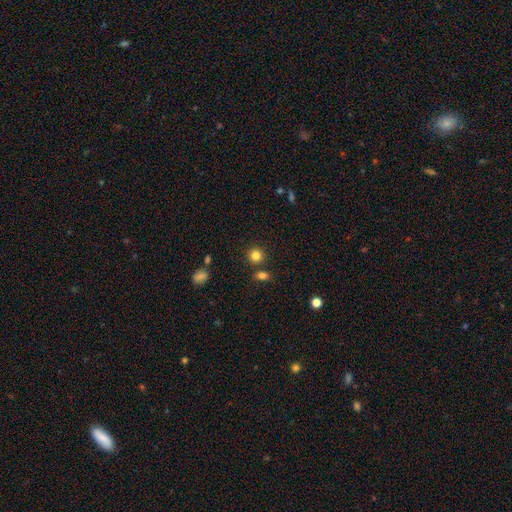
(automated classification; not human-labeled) The model was most divided on "smooth or featured": smooth: 82%, star or artifact: 12%, featured or disk: 5%. More confident: how rounded — round (89%); merging — none (81%).